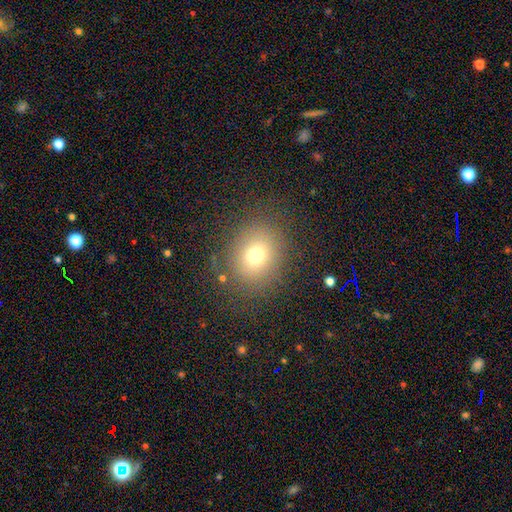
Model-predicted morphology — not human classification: Q: Smooth or featured?
A: smooth (71%); runner-up: star or artifact (17%)
Q: How rounded?
A: round (68%); runner-up: in between (31%)
Q: Merging?
A: none (82%); runner-up: minor disturbance (10%)